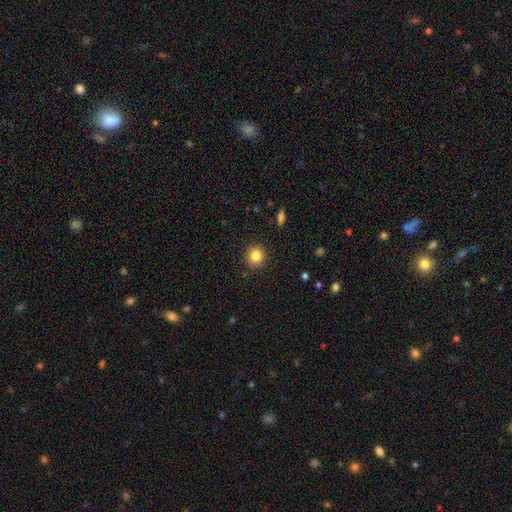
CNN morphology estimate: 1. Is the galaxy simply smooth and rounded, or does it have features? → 84% smooth, 11% star or artifact, 6% featured or disk.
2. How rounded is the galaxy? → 88% round, 11% in between, 1% cigar-shaped.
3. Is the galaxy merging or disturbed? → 89% none, 7% minor disturbance, 2% major disturbance, 1% merger.